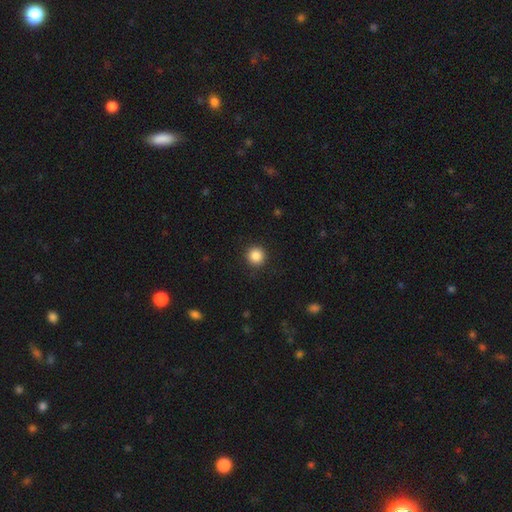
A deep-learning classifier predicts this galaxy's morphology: The model was most divided on "smooth or featured": smooth: 86%, star or artifact: 10%, featured or disk: 4%. More confident: how rounded — round (94%); merging — none (92%).